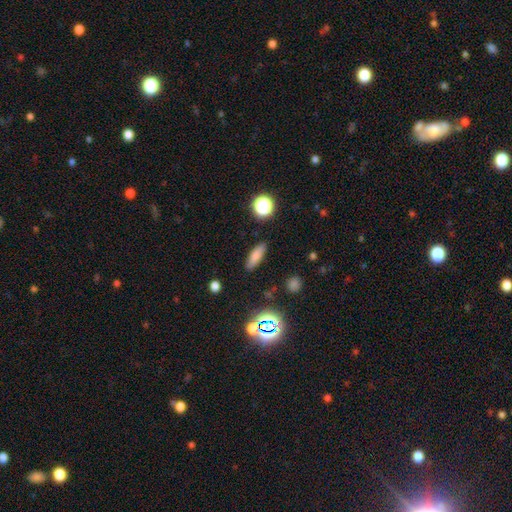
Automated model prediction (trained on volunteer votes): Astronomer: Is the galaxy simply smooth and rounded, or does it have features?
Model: smooth — 77%.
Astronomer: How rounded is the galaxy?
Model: in between — 50% (runner-up: cigar-shaped, 46%).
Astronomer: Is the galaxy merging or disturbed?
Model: none — 86%.